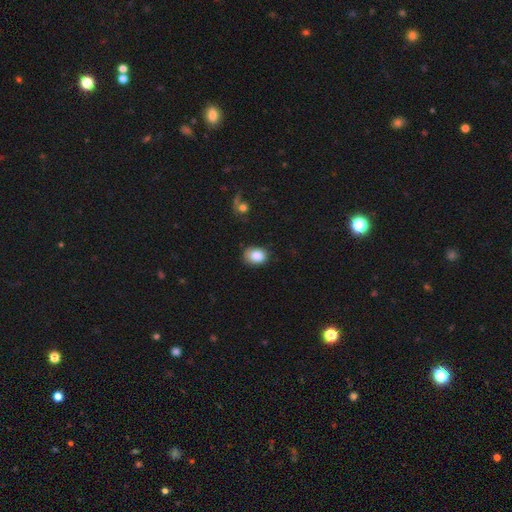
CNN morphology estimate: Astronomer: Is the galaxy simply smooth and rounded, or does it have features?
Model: smooth — 85%.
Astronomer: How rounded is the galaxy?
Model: in between — 62% (runner-up: round, 37%).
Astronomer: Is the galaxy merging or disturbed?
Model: none — 72%.